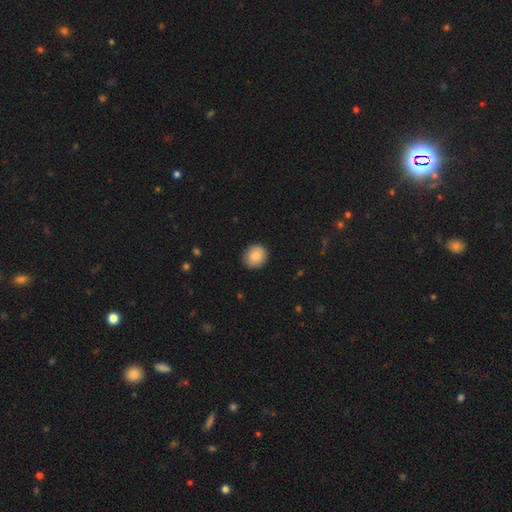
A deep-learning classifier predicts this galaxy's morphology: A smooth galaxy with no disk features (87%) that is round (80%).

Vote fractions:
- Smooth or featured? smooth: 87% / star or artifact: 7% / featured or disk: 5%
- How rounded? round: 80% / in between: 19% / cigar-shaped: 1%
- Merging? none: 89% / minor disturbance: 8% / major disturbance: 2% / merger: 1%